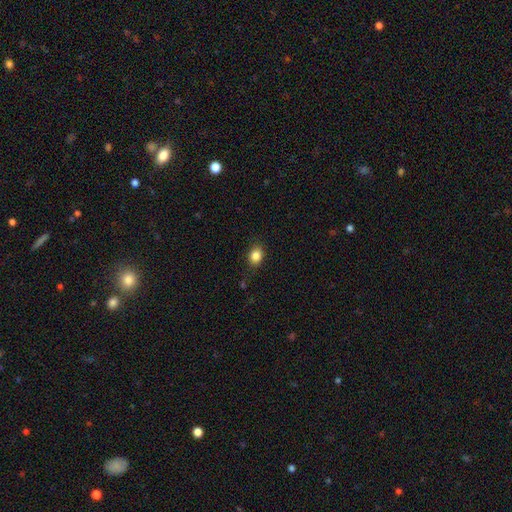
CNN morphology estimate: Smooth or featured? smooth (85%)
How rounded? in between (55%)
Merging? none (84%)